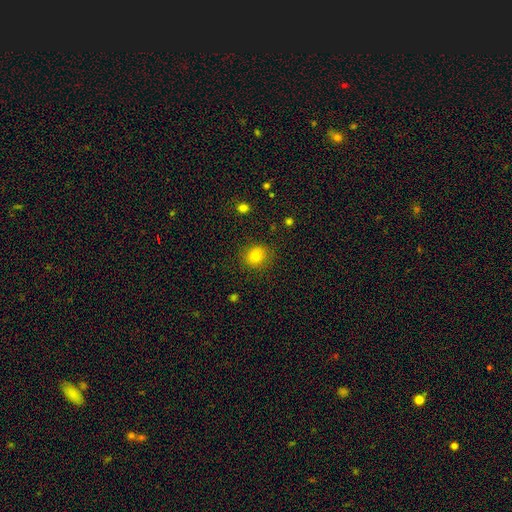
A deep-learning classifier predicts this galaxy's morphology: The model was most divided on "how rounded": round: 79%, in between: 20%, cigar-shaped: 1%. More confident: merging — none (86%); smooth or featured — smooth (80%).